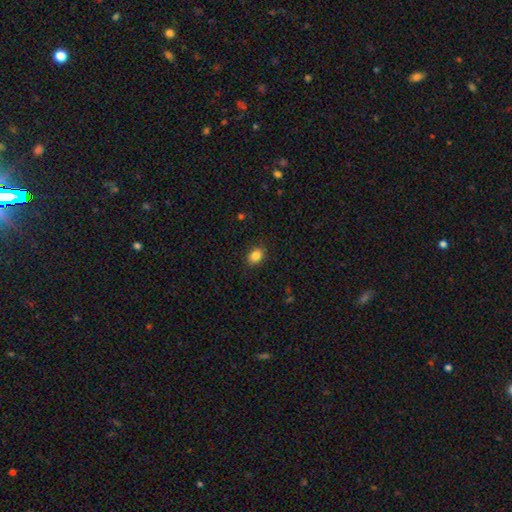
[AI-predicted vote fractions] Overall: smooth (85%). How rounded: in between (62%; round 37%). Merging: none (88%).